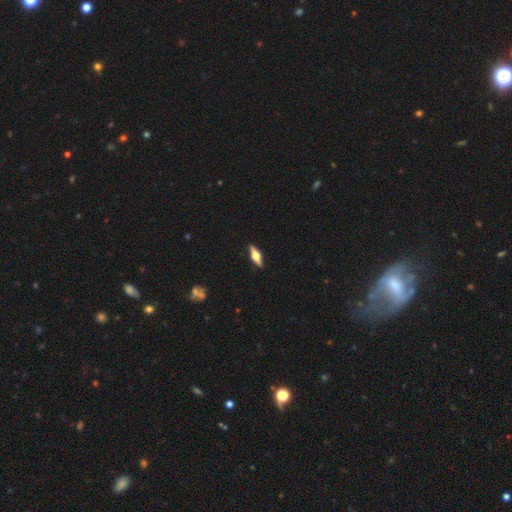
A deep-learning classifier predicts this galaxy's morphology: Smooth or featured? featured or disk (64%)
Edge-on disk? yes (93%)
Edge-on bulge? rounded (93%)
Merging? none (88%)